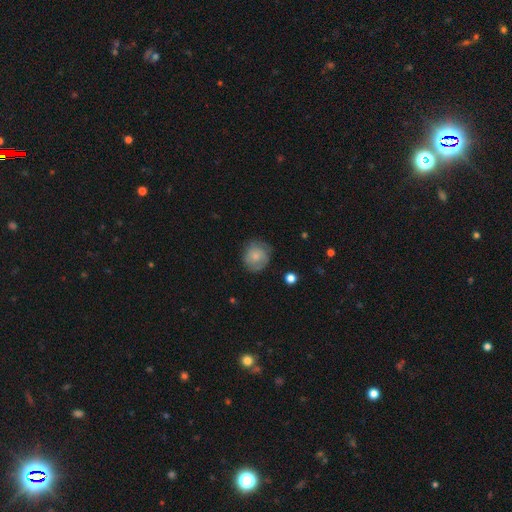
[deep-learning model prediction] This appears to be a smooth galaxy with no disk features (69%) that is round (83%). Merging: none (70%).